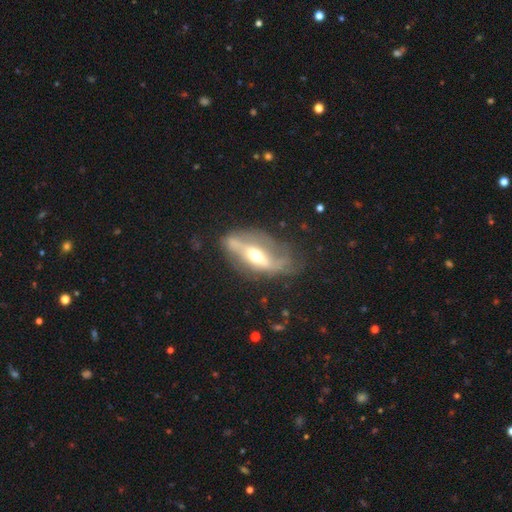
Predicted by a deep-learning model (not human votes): Smooth or featured? featured or disk (71%)
Edge-on disk? no (73%)
Bar? strong (46%)
Spiral arms? yes (55%)
Bulge size? moderate (65%)
Merging? none (44%)